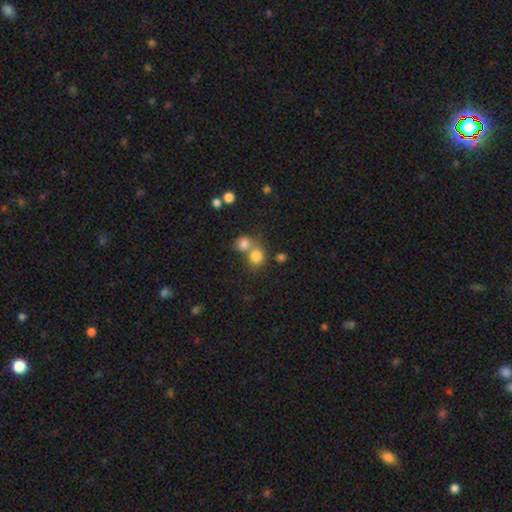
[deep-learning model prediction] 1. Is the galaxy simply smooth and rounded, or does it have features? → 80% smooth, 12% star or artifact, 9% featured or disk.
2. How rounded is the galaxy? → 77% round, 22% in between, 1% cigar-shaped.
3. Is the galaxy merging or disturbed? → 48% merger, 42% none, 7% minor disturbance, 3% major disturbance.